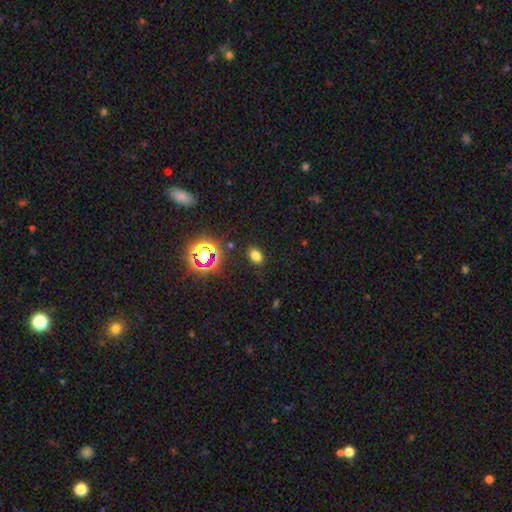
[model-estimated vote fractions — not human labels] smooth-or-featured: smooth: 73% | star or artifact: 20% | featured or disk: 7%
  how-rounded: in between: 80% | round: 19% | cigar-shaped: 2%
  merging: none: 87% | minor disturbance: 9% | major disturbance: 3% | merger: 2%